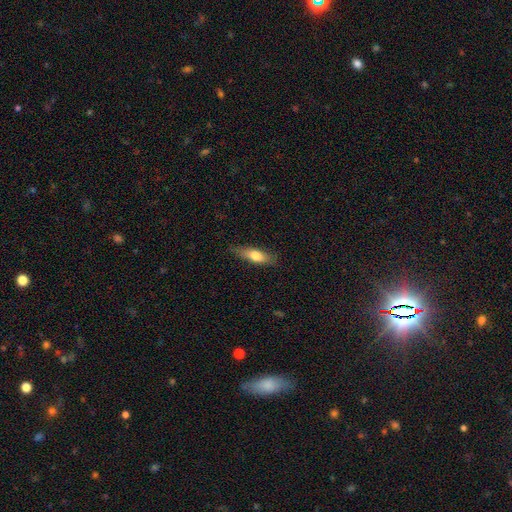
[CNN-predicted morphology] This appears to be a smooth galaxy with no disk features (69%) that is in between round and cigar-shaped (50%). Merging: none (75%).